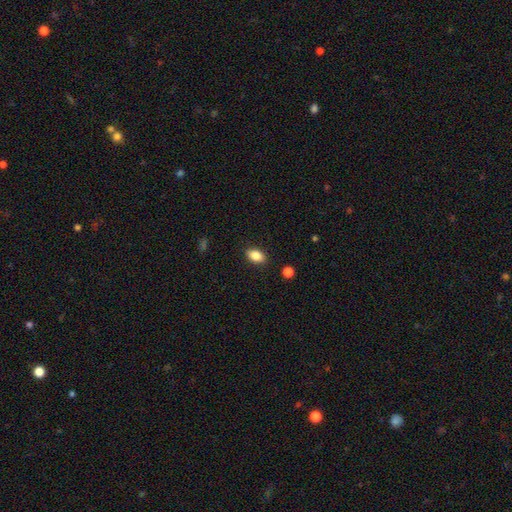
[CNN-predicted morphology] Smooth or featured? smooth (86%)
How rounded? in between (88%)
Merging? none (88%)